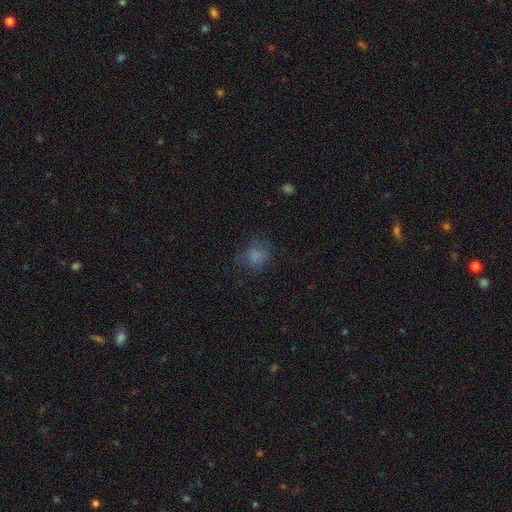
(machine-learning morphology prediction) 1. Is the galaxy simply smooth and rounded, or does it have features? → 76% smooth, 14% star or artifact, 10% featured or disk.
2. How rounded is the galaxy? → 73% round, 26% in between, 1% cigar-shaped.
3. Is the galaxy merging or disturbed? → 64% none, 21% minor disturbance, 13% major disturbance, 2% merger.